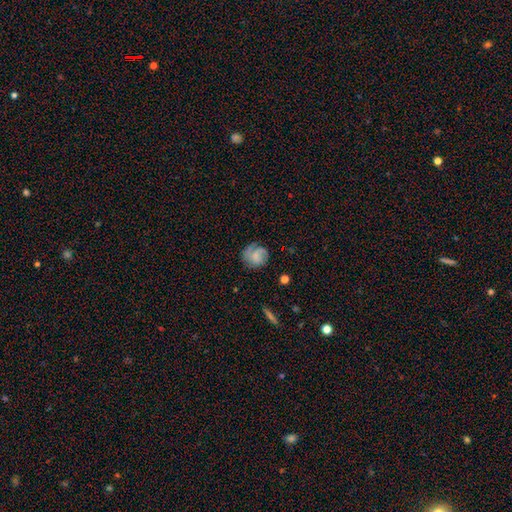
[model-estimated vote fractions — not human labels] The model was most divided on "smooth or featured": smooth: 48%, featured or disk: 43%, star or artifact: 9%. More confident: merging — none (67%).